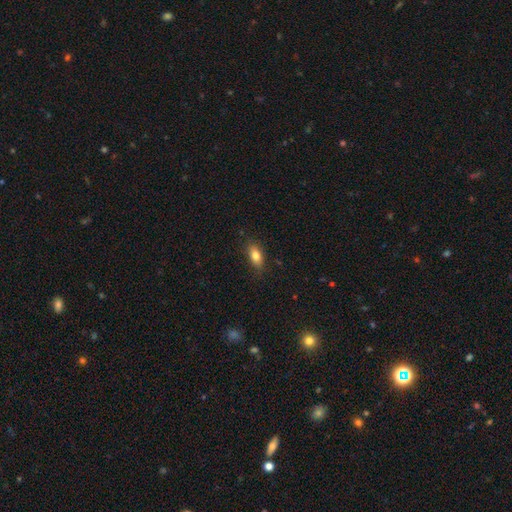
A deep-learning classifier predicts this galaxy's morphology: type=smooth (81%); roundness=in between (84%); merging=none (83%).